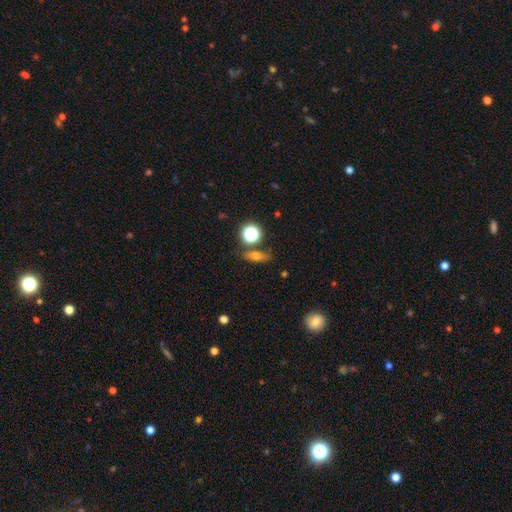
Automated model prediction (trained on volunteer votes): A smooth galaxy with no disk features (55%) that is in between round and cigar-shaped (48%).

Vote fractions:
- Smooth or featured? smooth: 55% / featured or disk: 24% / star or artifact: 21%
- How rounded? in between: 48% / cigar-shaped: 29% / round: 23%
- Merging? none: 77% / minor disturbance: 12% / merger: 7% / major disturbance: 4%